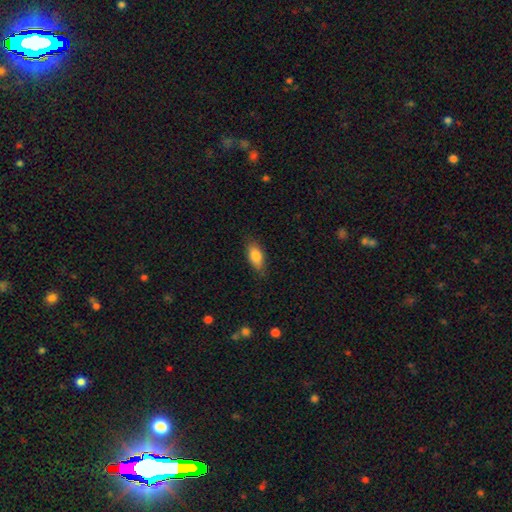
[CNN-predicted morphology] Q: Smooth or featured?
A: smooth (81%); runner-up: featured or disk (12%)
Q: How rounded?
A: in between (85%); runner-up: cigar-shaped (11%)
Q: Merging?
A: none (79%); runner-up: minor disturbance (17%)